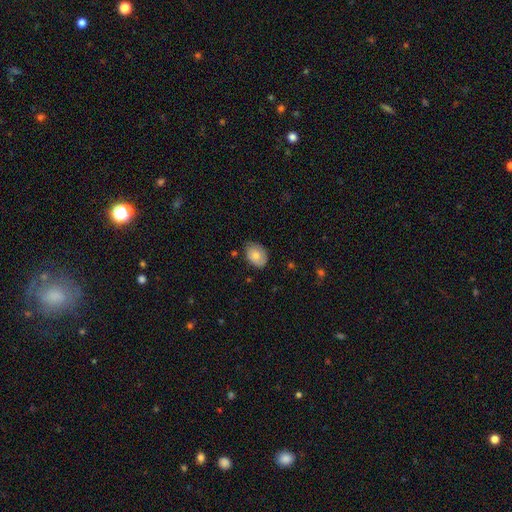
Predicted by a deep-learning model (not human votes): Morphology: type=smooth (71%); roundness=in between (77%); merging=none (63%).